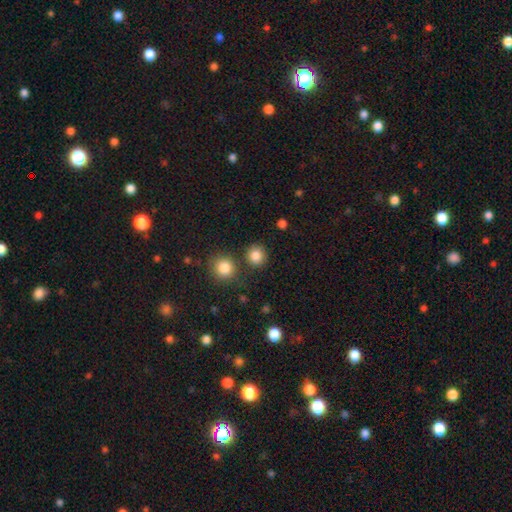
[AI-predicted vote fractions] Smooth or featured: smooth — 85% (star or artifact — 11%)
How rounded: round — 89% (in between — 10%)
Merging: none — 81% (merger — 8%)